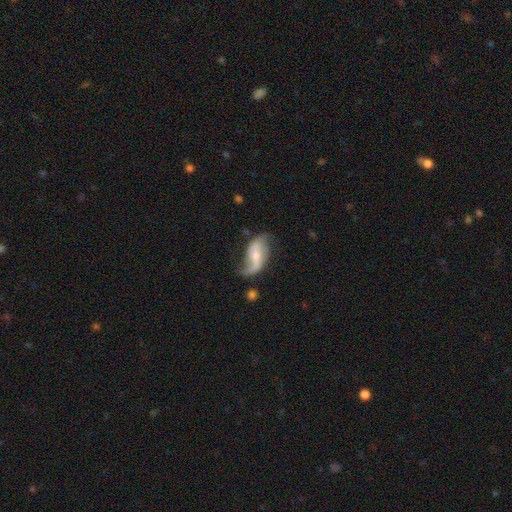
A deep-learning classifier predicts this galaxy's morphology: A featured or disk galaxy (77%) with a weak bar (42%), 2 (84%) loose (79%) spiral arms (92%) and a small central bulge (45%).

Vote fractions:
- Smooth or featured? featured or disk: 77% / smooth: 16% / star or artifact: 6%
- Edge-on disk? no: 95% / yes: 5%
- Bar? weak: 42% / strong: 30% / no: 28%
- Spiral arms? yes: 92% / no: 8%
- Spiral winding? loose: 79% / medium: 16% / tight: 5%
- Spiral arm count? 2: 84% / 1: 9% / can't tell: 4% / 3: 1% / 4: 1% / more than 4: 1%
- Bulge size? small: 45% / moderate: 43% / none: 6% / large: 4% / dominant: 1%
- Merging? none: 56% / minor disturbance: 25% / major disturbance: 16% / merger: 3%